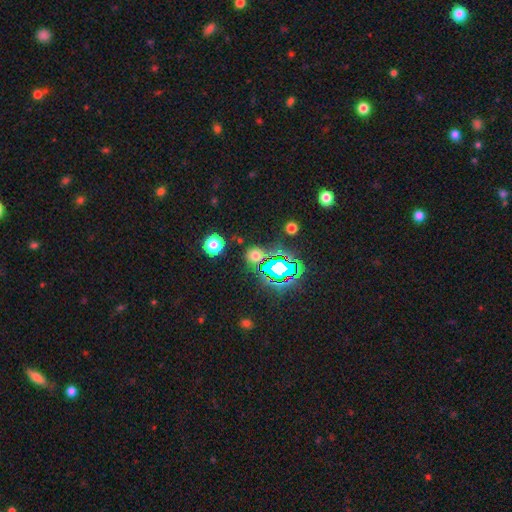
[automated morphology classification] smooth 46% (tied), star or artifact 46% (tied), featured or disk 8%. Down the decision tree: merging — none (78%).